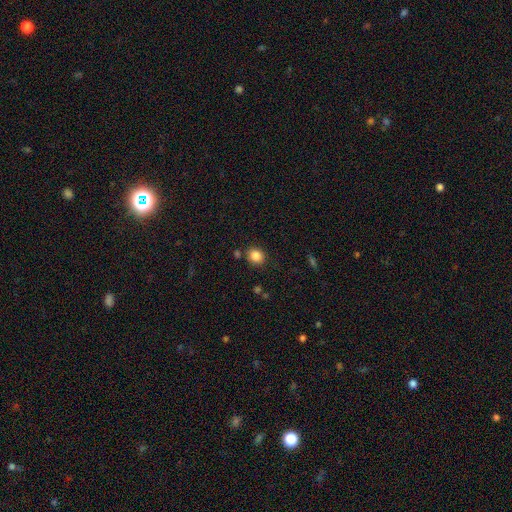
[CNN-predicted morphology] This appears to be a smooth galaxy with no disk features (85%) that is round (77%). Merging: none (84%).